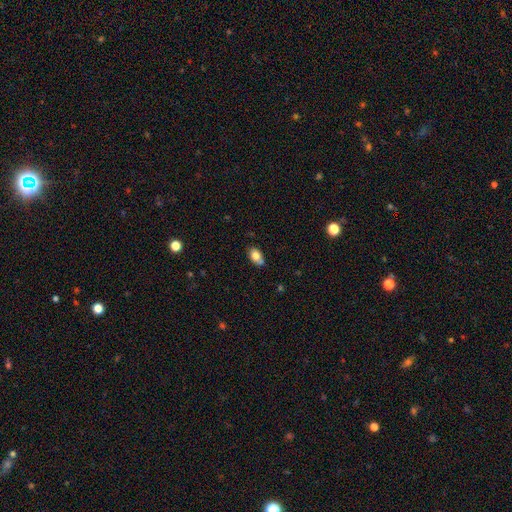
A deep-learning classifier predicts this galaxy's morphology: This appears to be a smooth galaxy with no disk features (78%) that is in between round and cigar-shaped (85%). Merging: none (62%).